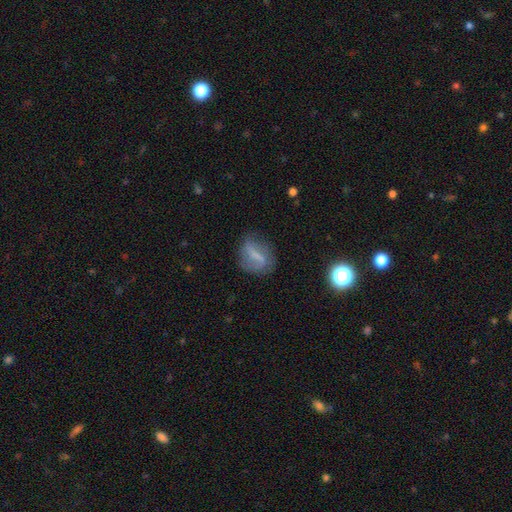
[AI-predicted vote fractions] A smooth galaxy with no disk features (47%). Merging: none (65%).